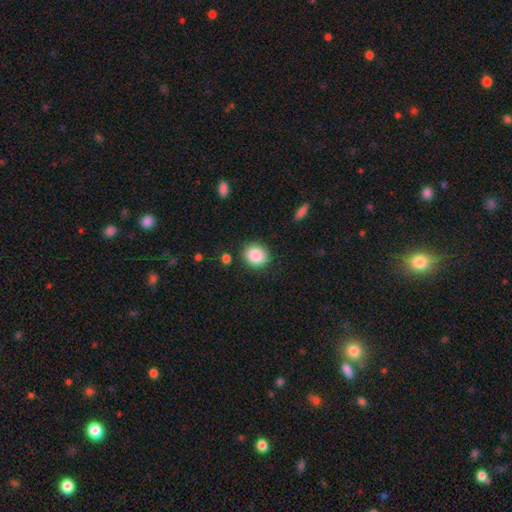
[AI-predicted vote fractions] Smooth or featured? Predicted: smooth (p=0.87). How rounded? Predicted: round (p=0.74). Merging? Predicted: none (p=0.87).